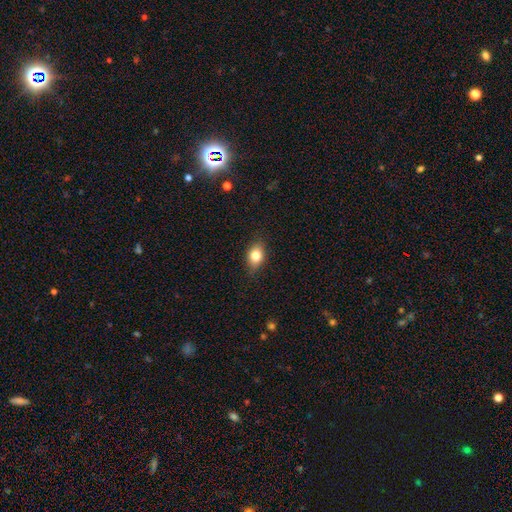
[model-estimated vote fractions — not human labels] Morphology: type=smooth (80%); roundness=in between (73%); merging=none (85%).